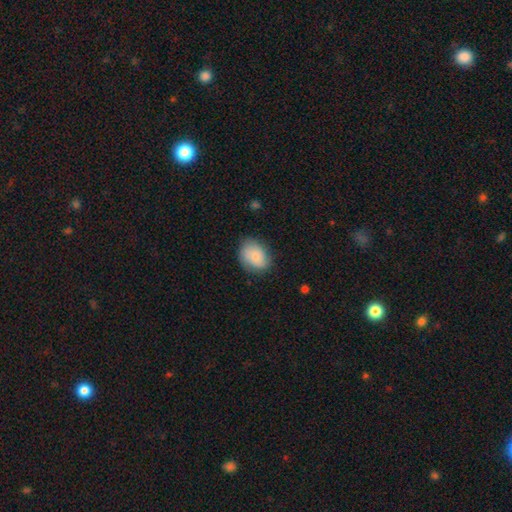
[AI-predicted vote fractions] A smooth galaxy with no disk features (73%) that is in between round and cigar-shaped (57%). Merging: none (75%).